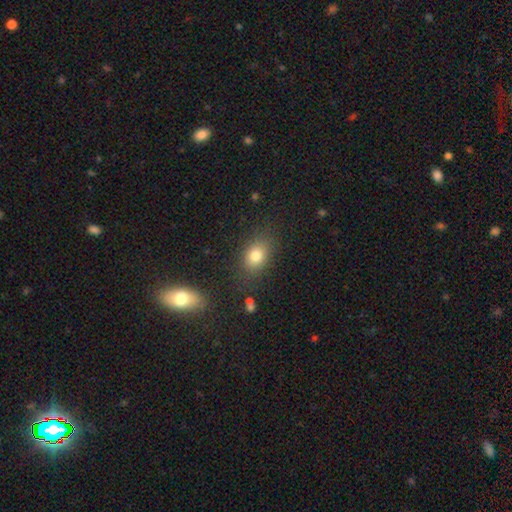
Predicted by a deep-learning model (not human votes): Q: Smooth or featured?
A: smooth (79%); runner-up: star or artifact (12%)
Q: How rounded?
A: in between (69%); runner-up: round (30%)
Q: Merging?
A: none (80%); runner-up: minor disturbance (13%)